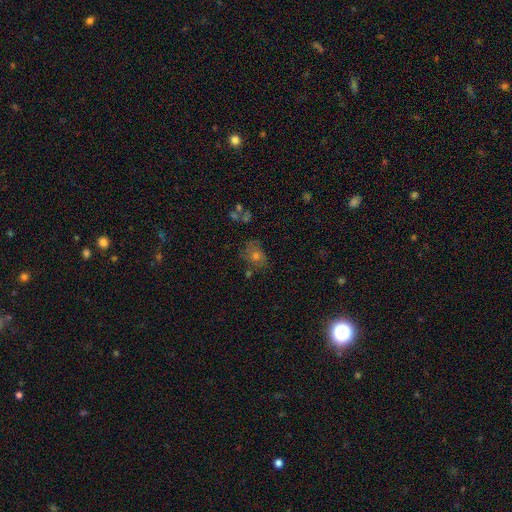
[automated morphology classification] Q: Smooth or featured?
A: smooth (45%); runner-up: star or artifact (28%)
Q: Merging?
A: none (64%); runner-up: minor disturbance (20%)